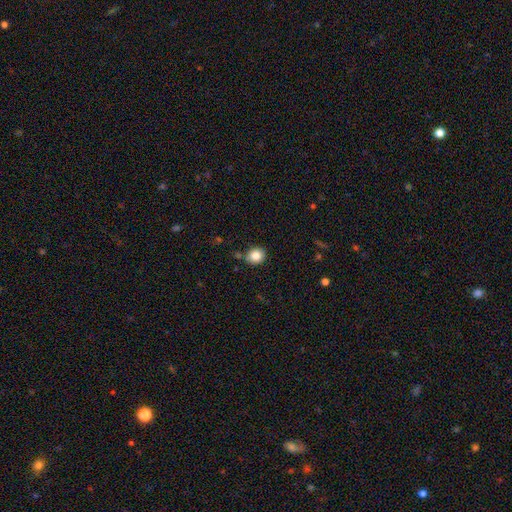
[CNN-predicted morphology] smooth-or-featured: smooth: 84% | star or artifact: 10% | featured or disk: 6%
  how-rounded: round: 81% | in between: 18% | cigar-shaped: 1%
  merging: none: 80% | minor disturbance: 12% | merger: 6% | major disturbance: 3%